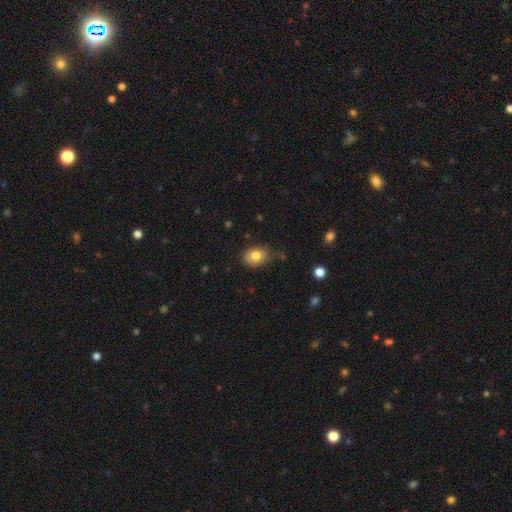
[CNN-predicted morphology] This is clearly a smooth galaxy (81%). How rounded: likely in between (68%). Merging: likely none (66%).